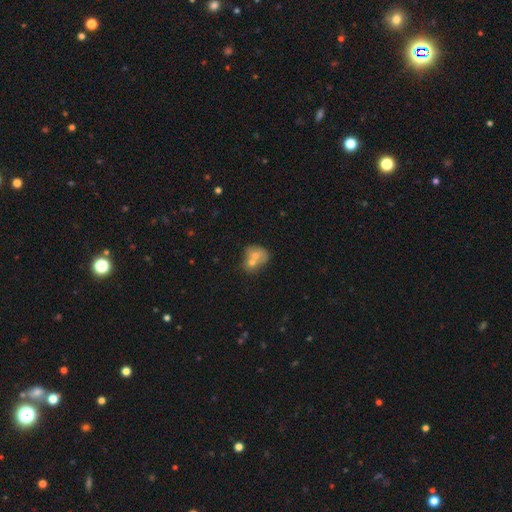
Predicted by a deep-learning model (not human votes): This appears to be a smooth galaxy with no disk features (58%) that is round (55%). Merging: merger (58%).